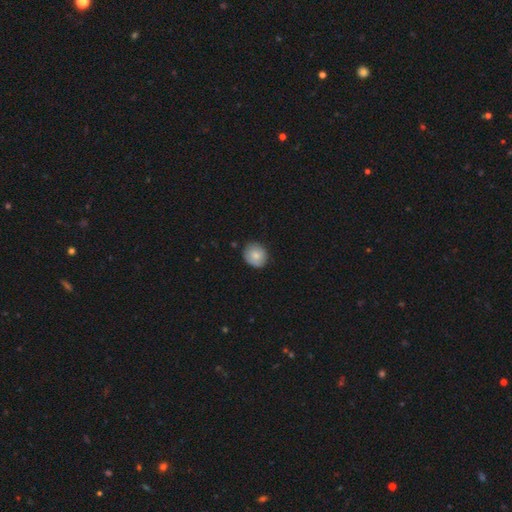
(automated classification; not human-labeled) Smooth or featured? Predicted: smooth (p=0.78). How rounded? Predicted: round (p=0.78). Merging? Predicted: none (p=0.81).